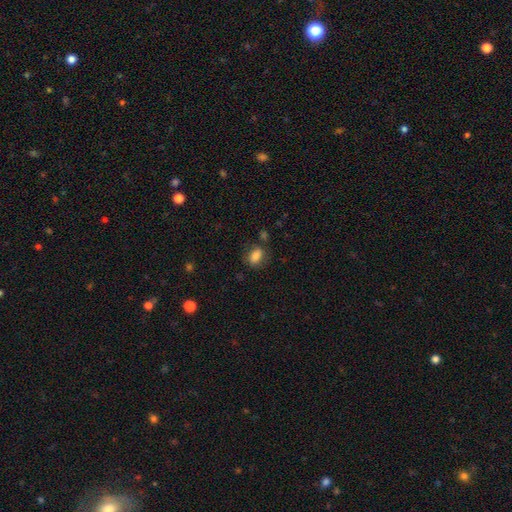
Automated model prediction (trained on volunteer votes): The model was most divided on "merging": none: 71%, minor disturbance: 18%, major disturbance: 7%, merger: 5%. More confident: how rounded — in between (82%); smooth or featured — smooth (81%).